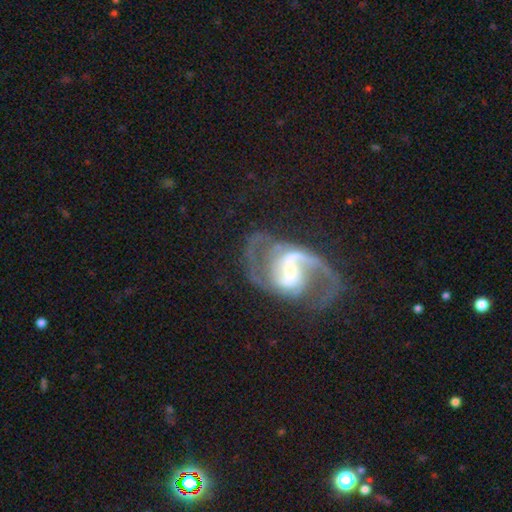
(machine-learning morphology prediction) smooth_or_featured: featured or disk (p=0.88) [alt: star or artifact p=0.07]
disk_edge_on: no (p=0.97) [alt: yes p=0.03]
bar: weak (p=0.47) [alt: strong p=0.35]
has_spiral_arms: yes (p=0.96) [alt: no p=0.04]
spiral_winding: medium (p=0.55) [alt: loose p=0.26]
spiral_arm_count: 2 (p=0.88) [alt: 1 p=0.04]
bulge_size: moderate (p=0.34) [alt: small p=0.30]
merging: none (p=0.65) [alt: minor disturbance p=0.16]